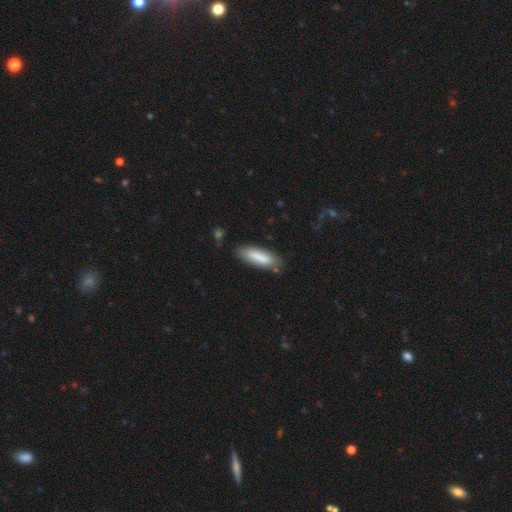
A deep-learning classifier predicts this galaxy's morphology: A smooth galaxy with no disk features (81%) that is cigar-shaped (57%).

Vote fractions:
- Smooth or featured? smooth: 81% / featured or disk: 12% / star or artifact: 6%
- How rounded? cigar-shaped: 57% / in between: 41% / round: 1%
- Merging? none: 78% / minor disturbance: 16% / major disturbance: 3% / merger: 3%